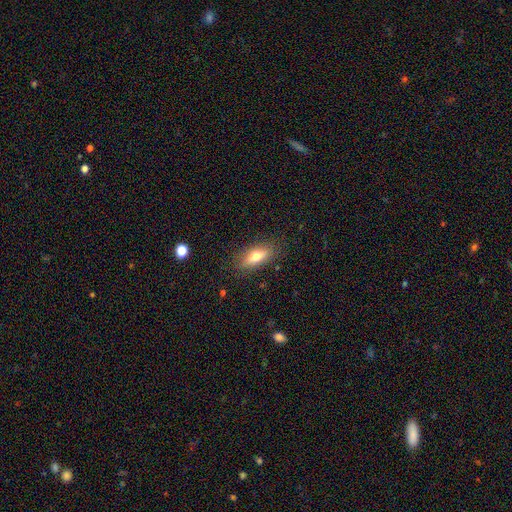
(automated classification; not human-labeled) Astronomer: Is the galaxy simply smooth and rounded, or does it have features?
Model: smooth — 71%.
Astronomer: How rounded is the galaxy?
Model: in between — 72%.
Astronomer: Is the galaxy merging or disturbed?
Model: none — 84%.